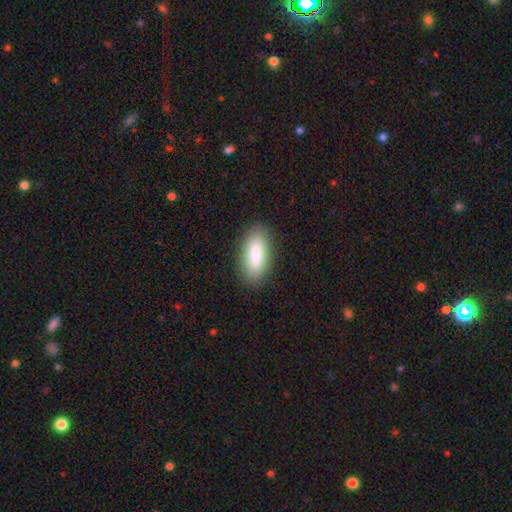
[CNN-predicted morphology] Smooth or featured?
  - smooth: 83% *
  - featured or disk: 10%
  - star or artifact: 7%
How rounded?
  - in between: 82% *
  - cigar-shaped: 16%
  - round: 2%
Merging?
  - none: 88% *
  - minor disturbance: 9%
  - major disturbance: 3%
  - merger: 1%